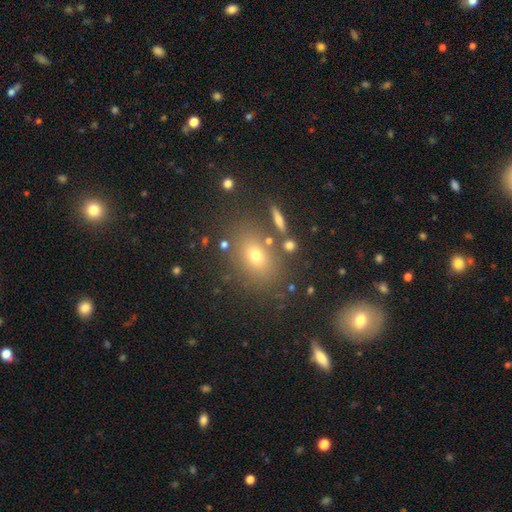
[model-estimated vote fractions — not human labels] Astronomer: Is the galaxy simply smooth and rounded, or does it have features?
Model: smooth — 66%.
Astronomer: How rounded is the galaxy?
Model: in between — 66%.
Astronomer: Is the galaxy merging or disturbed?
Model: none — 78%.